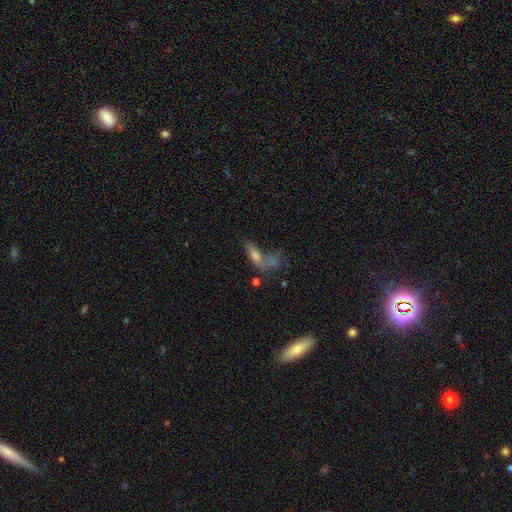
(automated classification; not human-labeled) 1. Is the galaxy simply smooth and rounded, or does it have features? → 57% smooth, 26% featured or disk, 17% star or artifact.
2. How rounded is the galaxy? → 65% in between, 28% cigar-shaped, 7% round.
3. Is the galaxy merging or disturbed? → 35% merger, 26% none, 24% major disturbance, 14% minor disturbance.